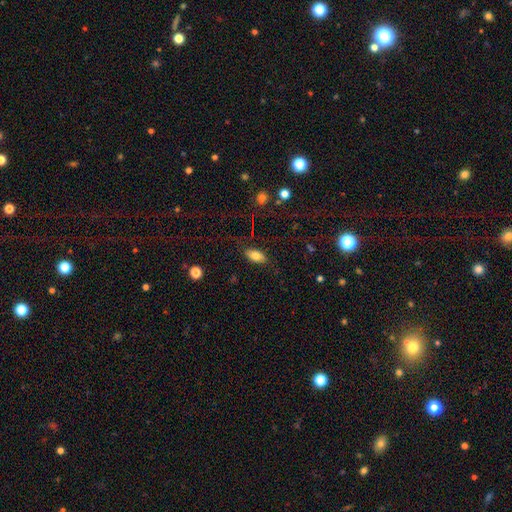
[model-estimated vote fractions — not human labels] The model was most divided on "smooth or featured": smooth: 78%, featured or disk: 13%, star or artifact: 9%. More confident: how rounded — in between (90%); merging — none (82%).